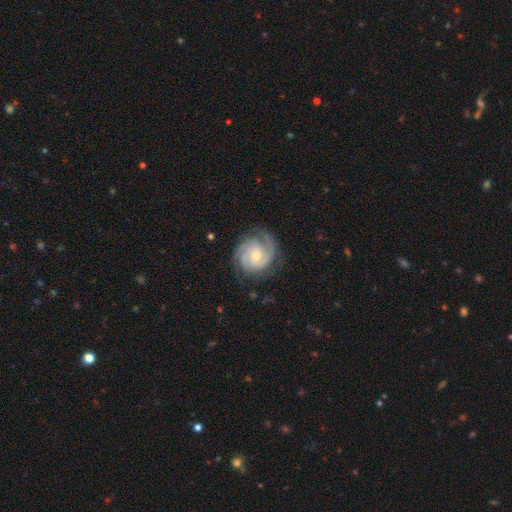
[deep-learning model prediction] This appears to be a featured or disk galaxy (89%) with no bar (72%), 3 (39%) tight (69%) spiral arms (98%) and a small central bulge (58%). Merging: none (78%).